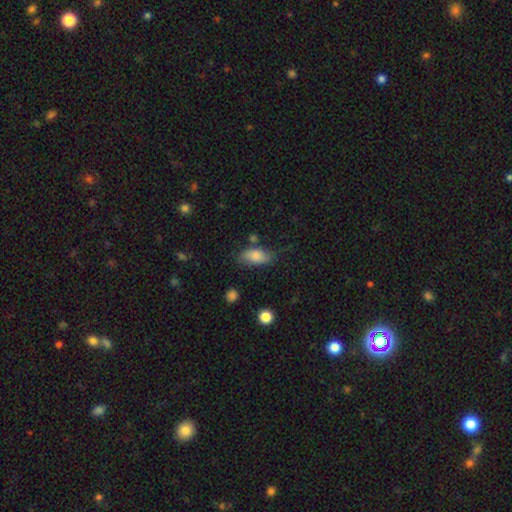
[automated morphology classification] This appears to be a smooth galaxy with no disk features (80%) that is in between round and cigar-shaped (87%). Merging: none (66%).